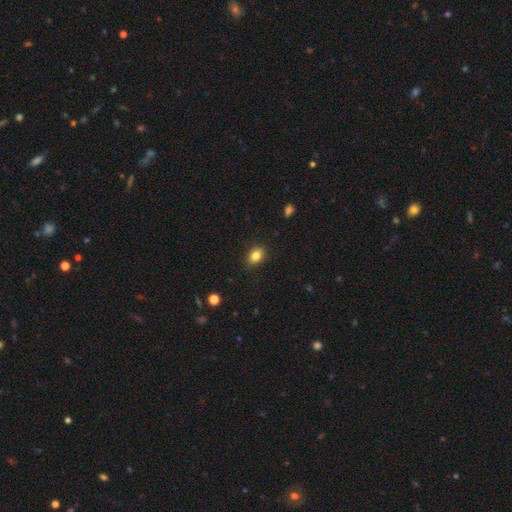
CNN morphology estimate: This appears to be a smooth galaxy with no disk features (83%) that is in between round and cigar-shaped (69%). Merging: none (85%).